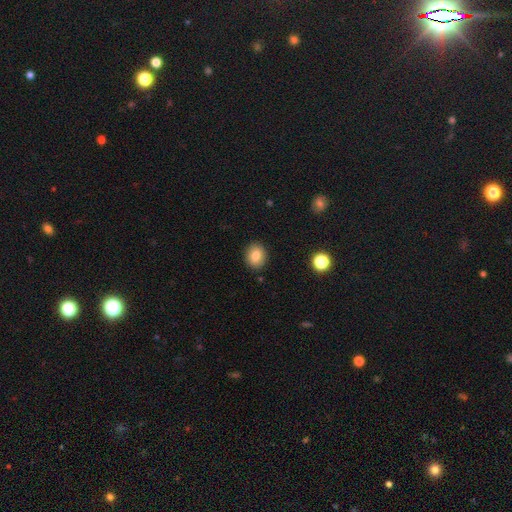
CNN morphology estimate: The model was most divided on "how rounded": round: 64%, in between: 35%, cigar-shaped: 1%. More confident: merging — none (90%); smooth or featured — smooth (81%).